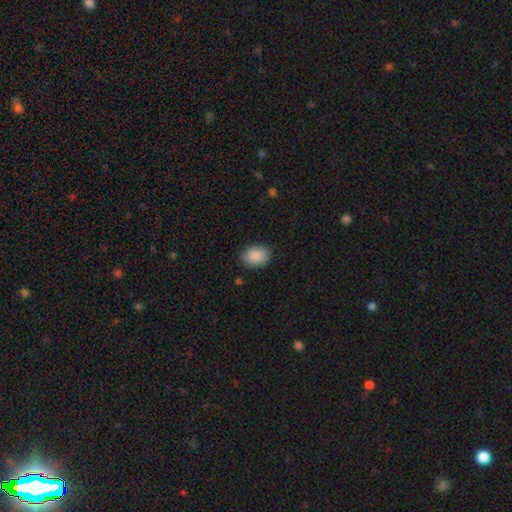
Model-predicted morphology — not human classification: This appears to be a smooth galaxy with no disk features (89%) that is in between round and cigar-shaped (62%). Merging: none (87%).